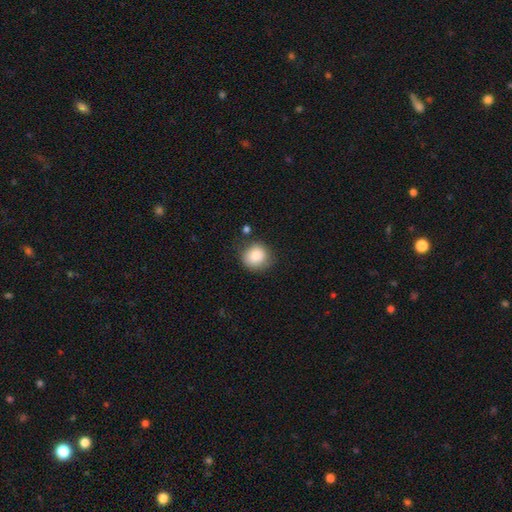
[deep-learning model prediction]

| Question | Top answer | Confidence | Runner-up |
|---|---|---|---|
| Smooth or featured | smooth | 85% | star or artifact (9%) |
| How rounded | round | 88% | in between (11%) |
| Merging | none | 77% | minor disturbance (15%) |